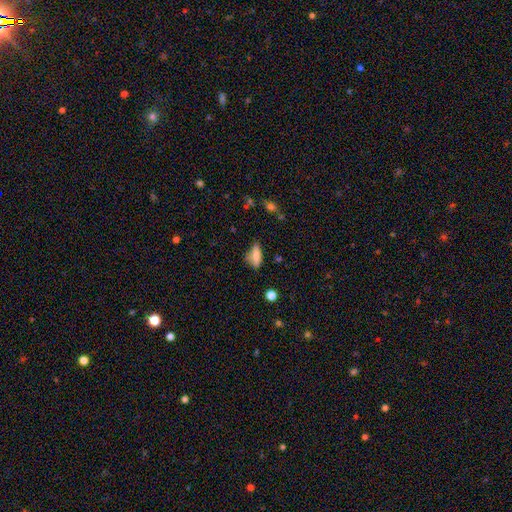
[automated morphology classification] type=smooth (74%); roundness=in between (67%); merging=none (54%).